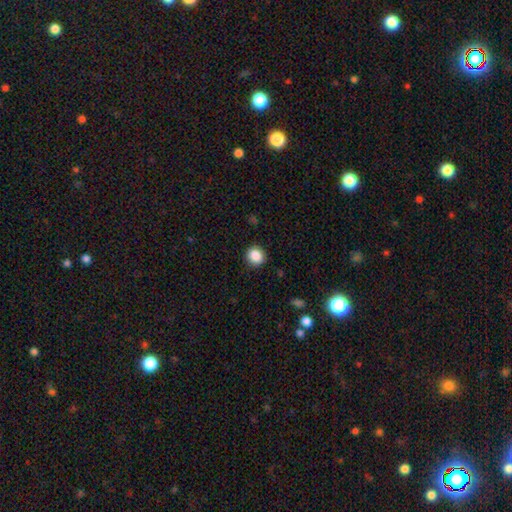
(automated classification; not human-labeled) smooth 87%, star or artifact 9%, featured or disk 4%. Down the decision tree: how rounded — round (86%); merging — none (90%).